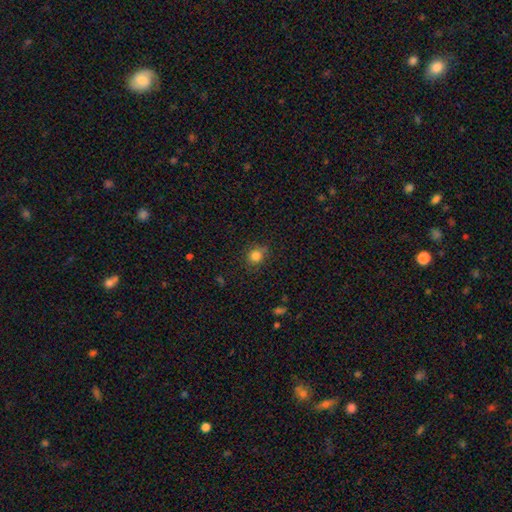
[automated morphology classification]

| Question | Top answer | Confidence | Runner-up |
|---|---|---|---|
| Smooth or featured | smooth | 82% | star or artifact (12%) |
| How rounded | round | 81% | in between (18%) |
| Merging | none | 79% | minor disturbance (15%) |